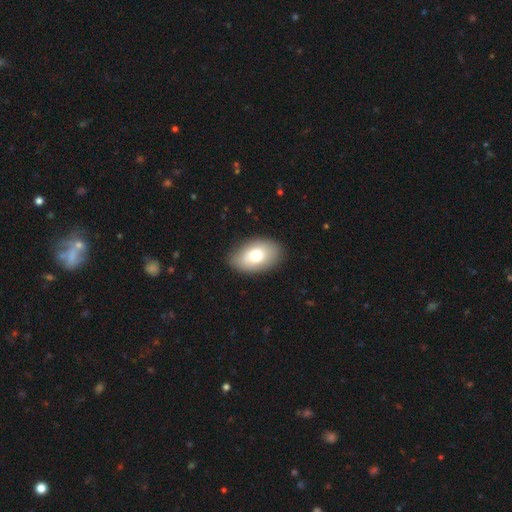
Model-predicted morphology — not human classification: Q: Smooth or featured?
A: smooth (74%); runner-up: featured or disk (19%)
Q: How rounded?
A: in between (91%); runner-up: round (7%)
Q: Merging?
A: none (85%); runner-up: minor disturbance (11%)